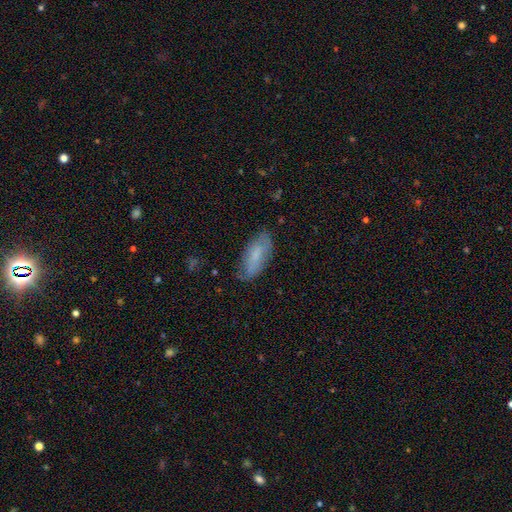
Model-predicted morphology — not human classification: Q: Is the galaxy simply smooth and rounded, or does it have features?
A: smooth — 66%.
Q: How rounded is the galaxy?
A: in between — 83%.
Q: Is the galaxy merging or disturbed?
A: none — 70%.